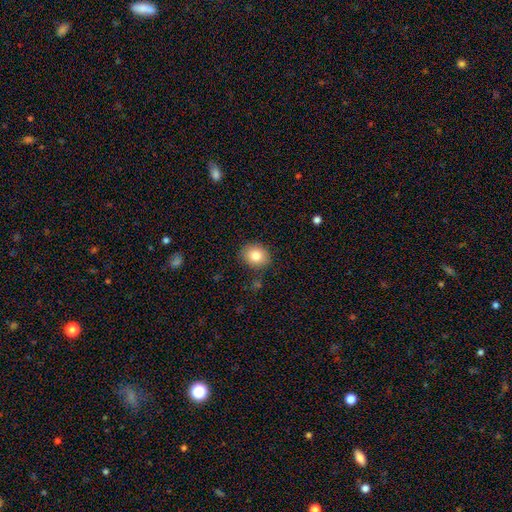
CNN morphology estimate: Overall: smooth (82%). How rounded: round (62%; in between 37%). Merging: none (85%).